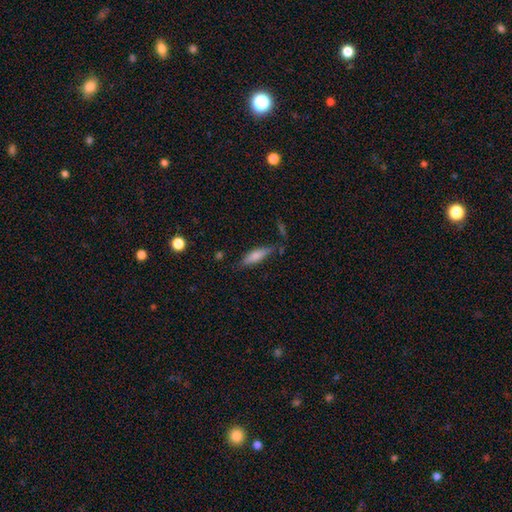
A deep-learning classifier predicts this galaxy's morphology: smooth 70%, featured or disk 23%, star or artifact 7%. Down the decision tree: how rounded — cigar-shaped (59%); merging — none (67%).